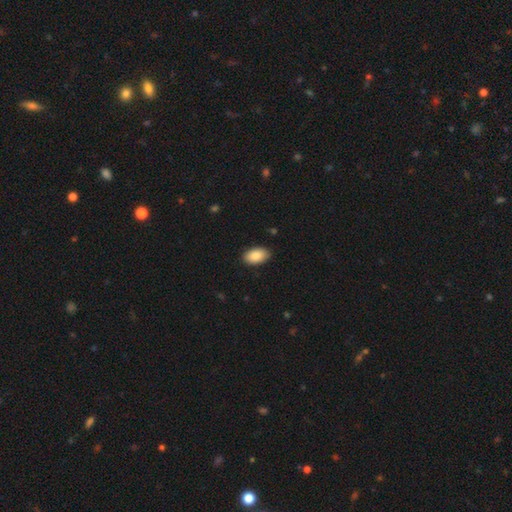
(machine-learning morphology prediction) The model was most divided on "merging": none: 88%, minor disturbance: 9%, major disturbance: 2%, merger: 1%. More confident: how rounded — in between (94%); smooth or featured — smooth (87%).